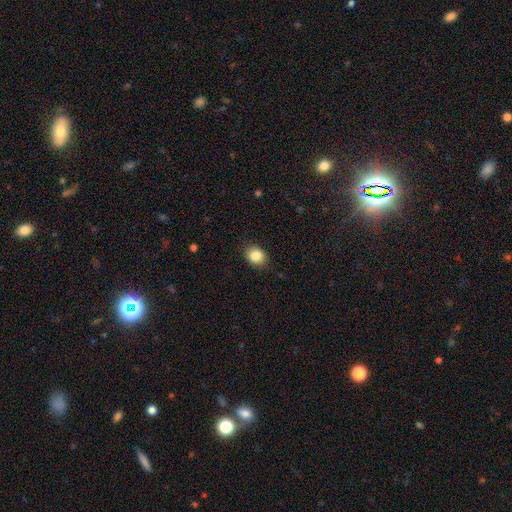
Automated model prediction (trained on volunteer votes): Smooth or featured?
  - smooth: 85% *
  - star or artifact: 9%
  - featured or disk: 6%
How rounded?
  - in between: 56% *
  - round: 43%
  - cigar-shaped: 1%
Merging?
  - none: 86% *
  - minor disturbance: 10%
  - major disturbance: 2%
  - merger: 1%